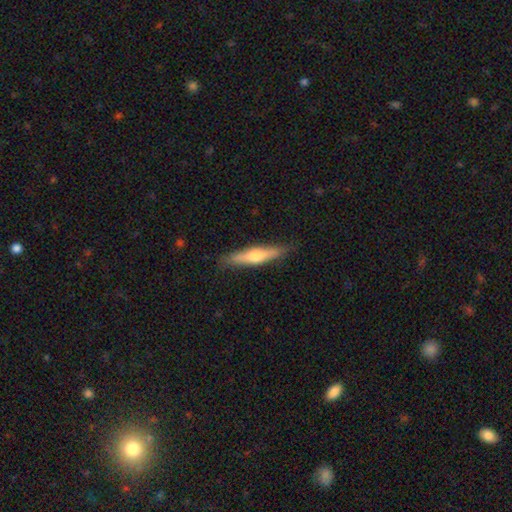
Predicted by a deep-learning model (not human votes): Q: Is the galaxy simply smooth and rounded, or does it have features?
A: smooth — 48%.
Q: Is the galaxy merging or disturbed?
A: none — 86%.